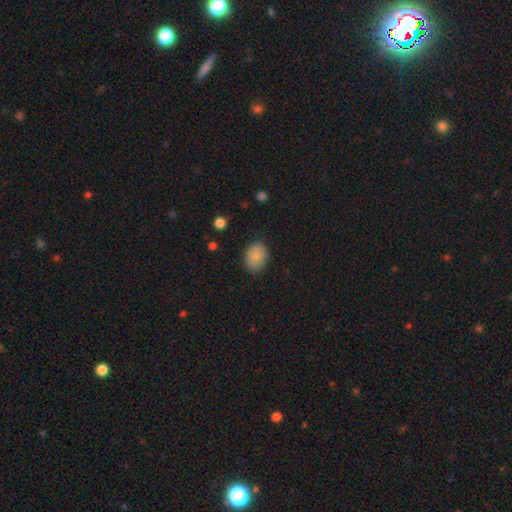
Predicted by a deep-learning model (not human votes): A smooth galaxy with no disk features (86%) that is in between round and cigar-shaped (71%).

Vote fractions:
- Smooth or featured? smooth: 86% / star or artifact: 8% / featured or disk: 6%
- How rounded? in between: 71% / round: 28% / cigar-shaped: 1%
- Merging? none: 81% / minor disturbance: 14% / major disturbance: 3% / merger: 1%